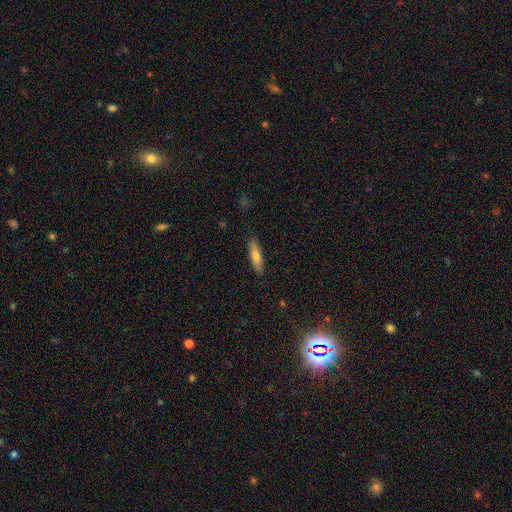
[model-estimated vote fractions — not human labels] A smooth galaxy with no disk features (76%) that is cigar-shaped (69%). Merging: none (88%).